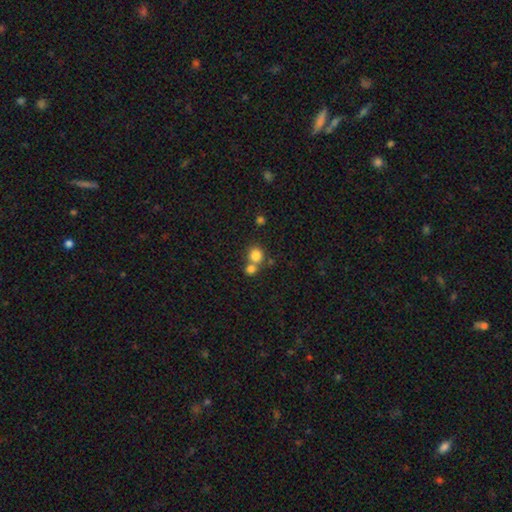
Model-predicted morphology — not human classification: This is clearly a smooth galaxy (81%). How rounded: clearly round (87%). Merging: possibly none (51%).